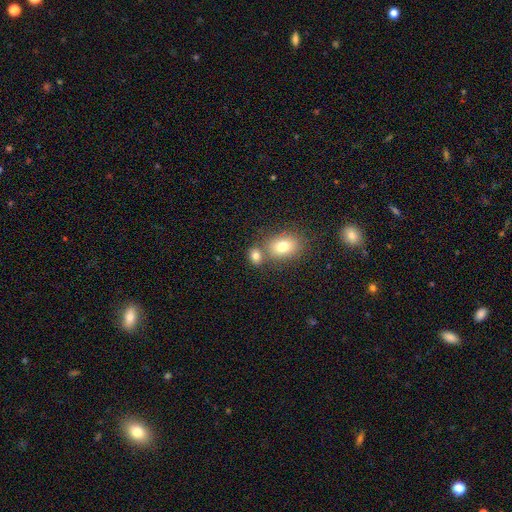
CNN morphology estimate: smooth 79%, star or artifact 11%, featured or disk 10%. Down the decision tree: how rounded — in between (63%); merging — none (53%).